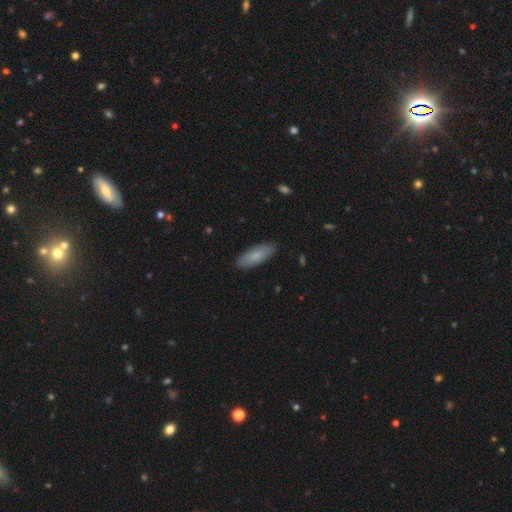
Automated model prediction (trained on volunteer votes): A smooth galaxy with no disk features (83%) that is in between round and cigar-shaped (67%). Merging: none (88%).